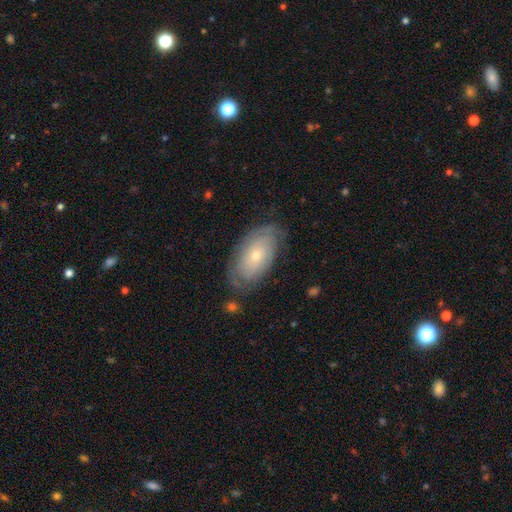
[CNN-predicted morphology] This appears to be a featured or disk galaxy (57%) with no bar (86%), spiral arms (71%) and a small central bulge (70%). Merging: none (72%).